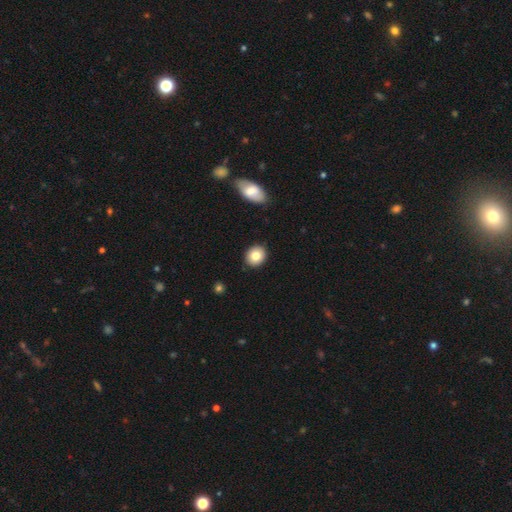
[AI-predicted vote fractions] smooth-or-featured: smooth: 82% | featured or disk: 9% | star or artifact: 8%
  how-rounded: round: 65% | in between: 34% | cigar-shaped: 1%
  merging: none: 89% | minor disturbance: 8% | major disturbance: 2% | merger: 2%